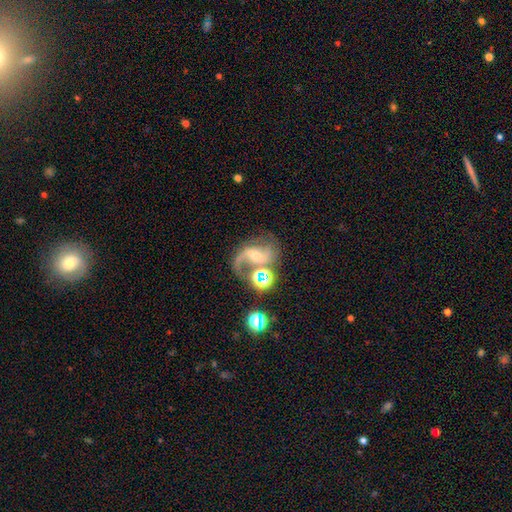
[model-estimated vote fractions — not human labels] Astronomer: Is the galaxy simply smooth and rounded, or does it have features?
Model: featured or disk — 81%.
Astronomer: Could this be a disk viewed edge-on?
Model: no — 98%.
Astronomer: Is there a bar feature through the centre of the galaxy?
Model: weak — 43% (runner-up: no, 34%).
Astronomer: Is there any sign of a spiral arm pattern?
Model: yes — 95%.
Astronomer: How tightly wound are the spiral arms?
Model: loose — 46% (runner-up: medium, 43%).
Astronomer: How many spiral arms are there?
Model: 2 — 79%.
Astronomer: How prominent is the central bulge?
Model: small — 53% (runner-up: moderate, 38%).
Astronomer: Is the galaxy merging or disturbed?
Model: none — 46%.